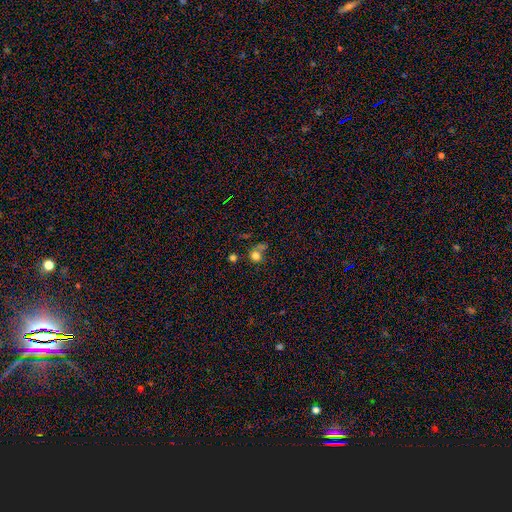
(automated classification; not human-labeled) The model was most divided on "merging": none: 45%, merger: 26%, minor disturbance: 15%, major disturbance: 14%. More confident: how rounded — round (79%); smooth or featured — smooth (74%).